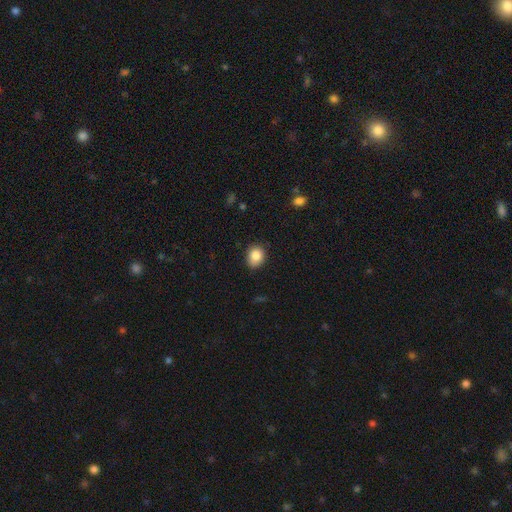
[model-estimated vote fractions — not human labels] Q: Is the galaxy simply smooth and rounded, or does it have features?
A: smooth — 87%.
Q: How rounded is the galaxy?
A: round — 53%.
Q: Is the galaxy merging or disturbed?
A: none — 81%.